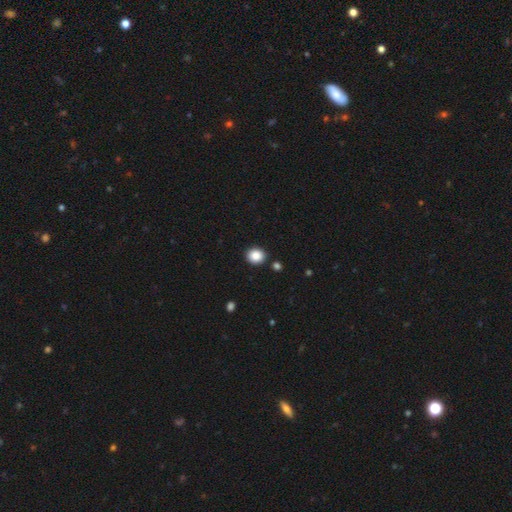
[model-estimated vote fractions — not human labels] Overall: smooth (87%). How rounded: round (71%). Merging: none (89%).